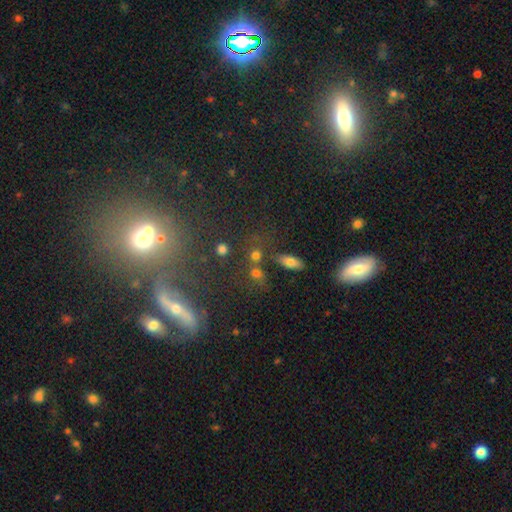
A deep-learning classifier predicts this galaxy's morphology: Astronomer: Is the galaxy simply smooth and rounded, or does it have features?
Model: smooth — 64%.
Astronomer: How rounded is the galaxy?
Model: in between — 57%.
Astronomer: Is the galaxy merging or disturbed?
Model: none — 68%.